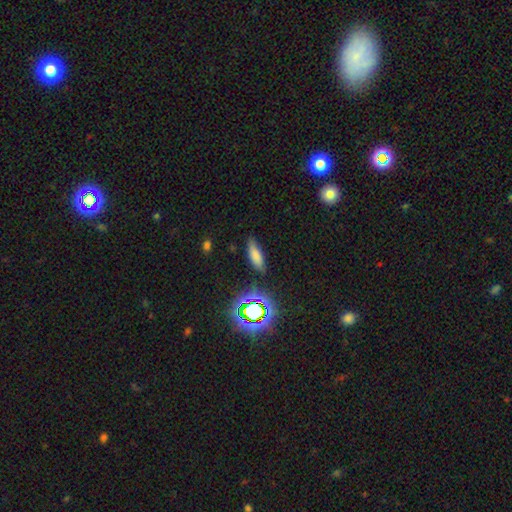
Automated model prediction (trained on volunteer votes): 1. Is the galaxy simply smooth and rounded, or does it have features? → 72% smooth, 17% star or artifact, 11% featured or disk.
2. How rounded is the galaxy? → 62% in between, 35% cigar-shaped, 4% round.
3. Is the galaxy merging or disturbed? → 79% none, 15% minor disturbance, 4% major disturbance, 3% merger.